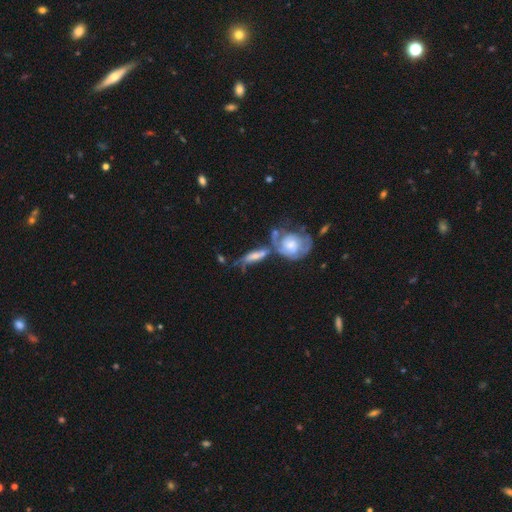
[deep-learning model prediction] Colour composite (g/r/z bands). It shows a featured or disk galaxy (56%). Merging: merger (43%).